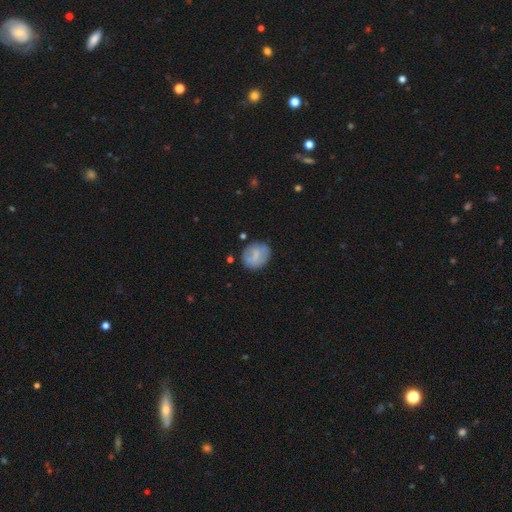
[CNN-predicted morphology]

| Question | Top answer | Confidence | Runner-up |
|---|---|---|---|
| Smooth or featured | smooth | 70% | featured or disk (23%) |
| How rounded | round | 61% | in between (38%) |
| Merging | none | 74% | minor disturbance (18%) |